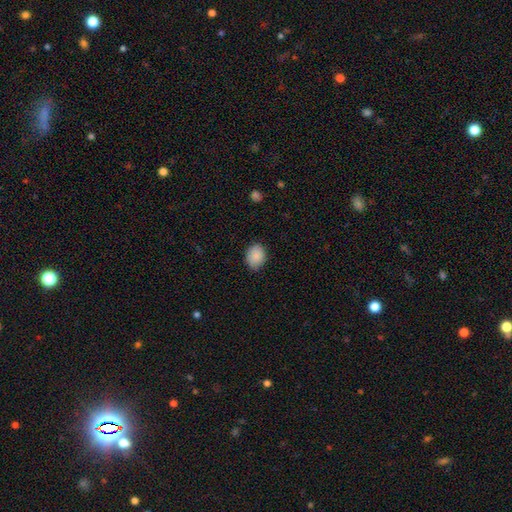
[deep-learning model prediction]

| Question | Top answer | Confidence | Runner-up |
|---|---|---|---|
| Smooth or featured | smooth | 89% | star or artifact (7%) |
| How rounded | in between | 60% | round (39%) |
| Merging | none | 82% | minor disturbance (14%) |